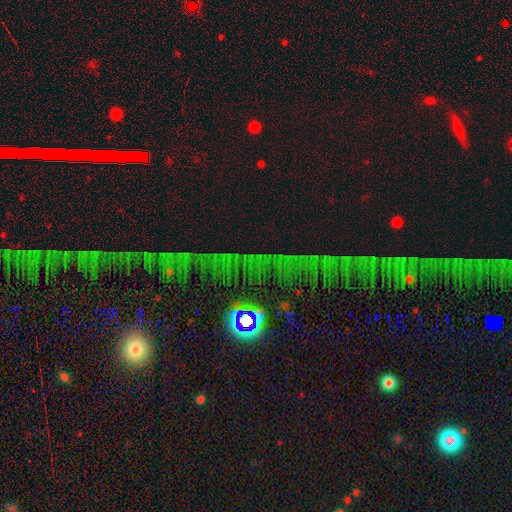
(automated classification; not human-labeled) Smooth or featured?
  - star or artifact: 79% *
  - featured or disk: 11%
  - smooth: 10%